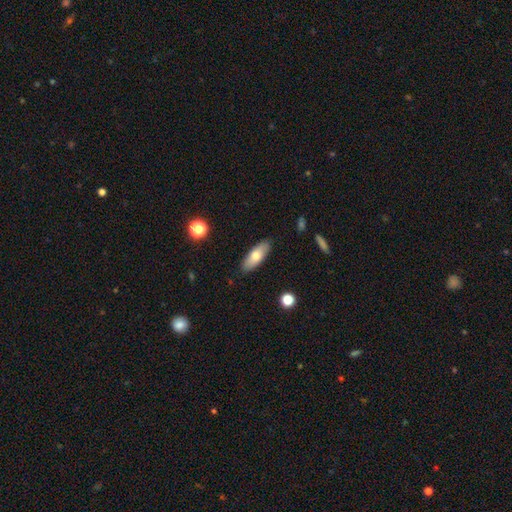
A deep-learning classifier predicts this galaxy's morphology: smooth 69%, featured or disk 25%, star or artifact 6%. Down the decision tree: how rounded — in between (70%); merging — none (88%).